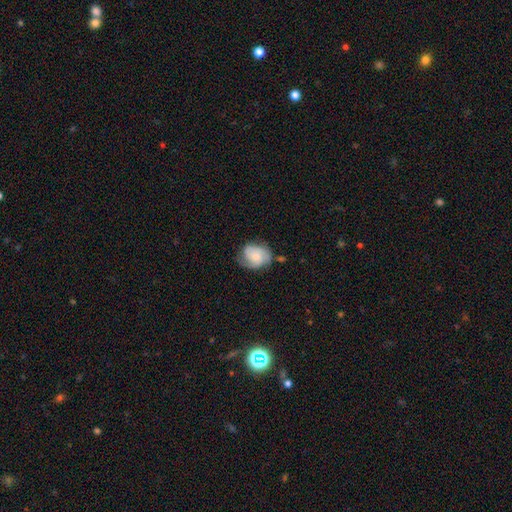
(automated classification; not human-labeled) Overall: featured or disk (56%; smooth 37%). Edge-on disk: no (98%). Bar: no (71%). Spiral arms: yes (89%). Bulge size: small (51%; moderate 34%). Merging: none (58%; minor disturbance 27%).